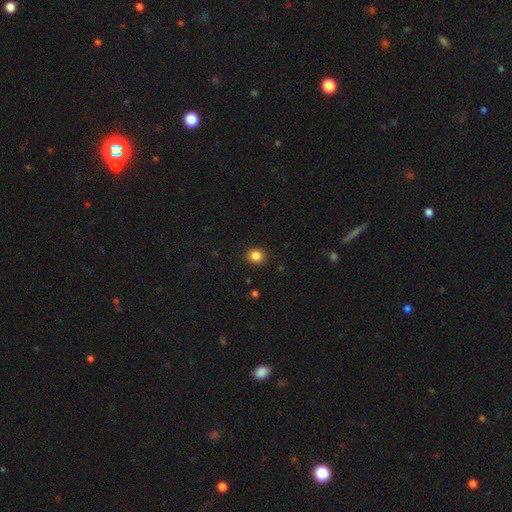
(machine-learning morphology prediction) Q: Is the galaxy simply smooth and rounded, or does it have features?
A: smooth — 85%.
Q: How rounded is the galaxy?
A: round — 82%.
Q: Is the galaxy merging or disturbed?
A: none — 91%.